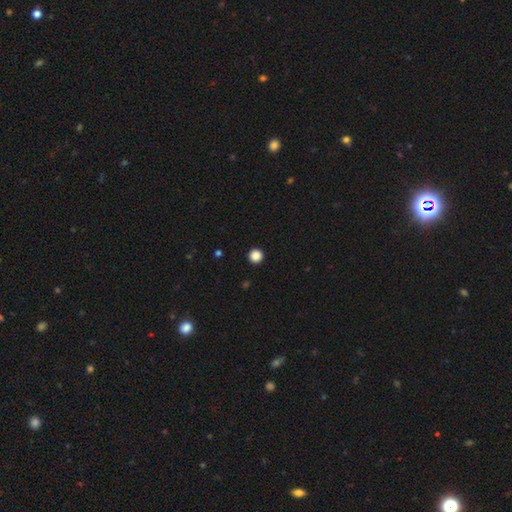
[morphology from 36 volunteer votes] smooth-or-featured: smooth: 83% | featured or disk: 8% | star or artifact: 8%
  how-rounded: round: 100% | in between: 0% | cigar-shaped: 0%
  merging: none: 91% | minor disturbance: 6% | merger: 3% | major disturbance: 0%